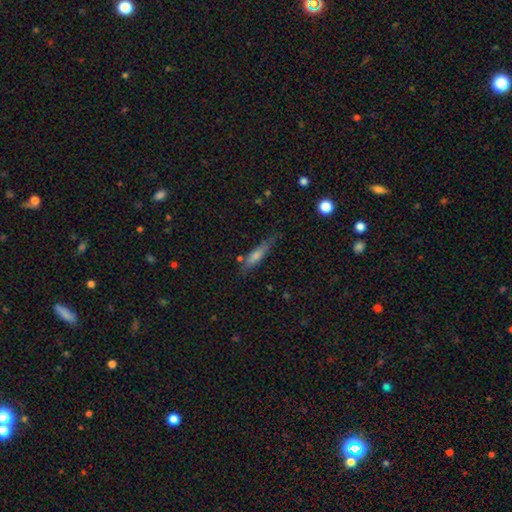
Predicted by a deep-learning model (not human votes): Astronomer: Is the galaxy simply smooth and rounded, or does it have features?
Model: smooth — 57% (runner-up: featured or disk, 34%).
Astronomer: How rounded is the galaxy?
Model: cigar-shaped — 81%.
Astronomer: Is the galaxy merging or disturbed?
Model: none — 73%.